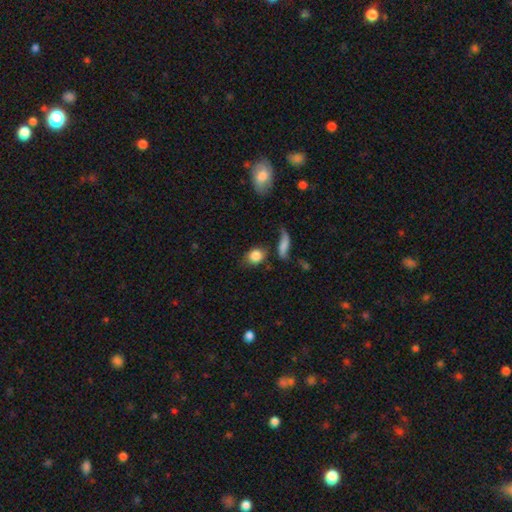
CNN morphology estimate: A smooth galaxy with no disk features (83%) that is round (53%). Merging: none (63%).